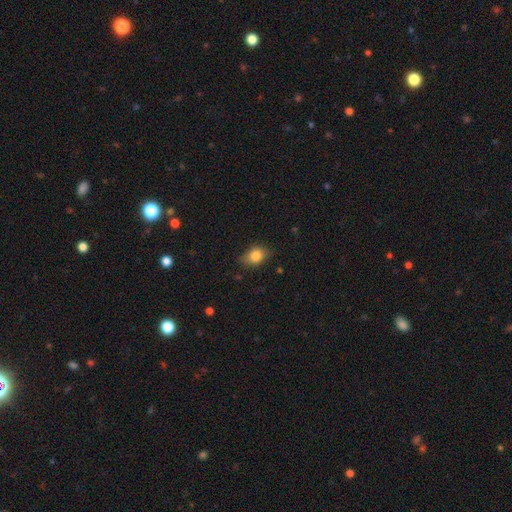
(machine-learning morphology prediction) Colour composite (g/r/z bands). It shows a smooth galaxy with no disk features (82%) that is in between round and cigar-shaped (70%). Merging: none (74%).